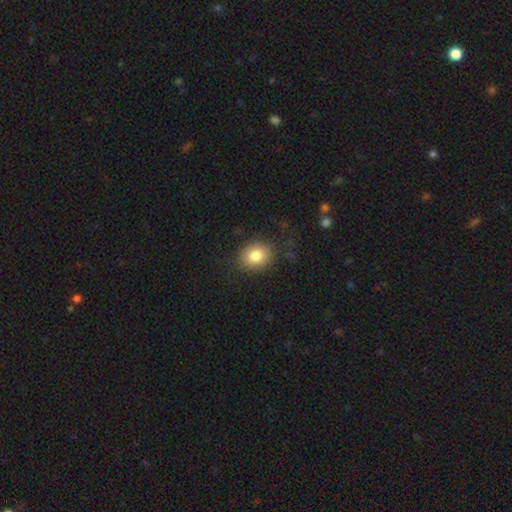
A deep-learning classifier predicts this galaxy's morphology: smooth_or_featured: smooth (p=0.83) [alt: star or artifact p=0.09]
how_rounded: round (p=0.60) [alt: in between p=0.40]
merging: none (p=0.83) [alt: minor disturbance p=0.12]